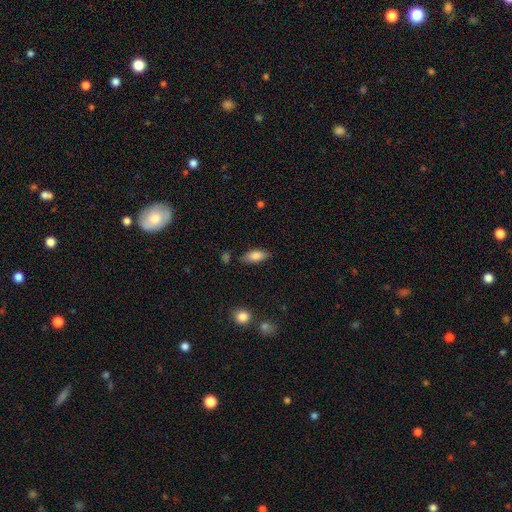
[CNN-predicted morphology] The model was most divided on "merging": none: 78%, minor disturbance: 15%, major disturbance: 3%, merger: 3%. More confident: how rounded — in between (85%); smooth or featured — smooth (81%).